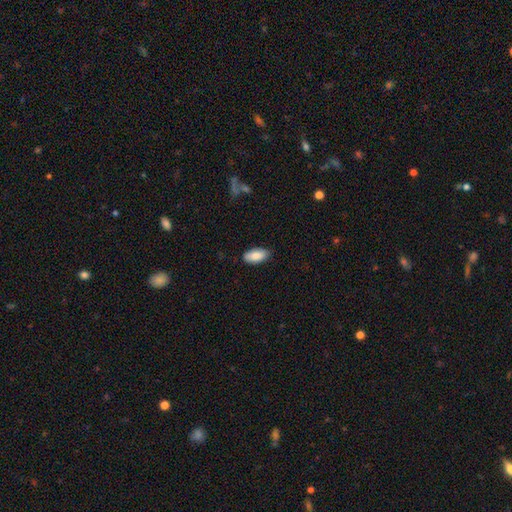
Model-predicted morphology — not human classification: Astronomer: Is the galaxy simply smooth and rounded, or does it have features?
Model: smooth — 86%.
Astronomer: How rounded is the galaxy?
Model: in between — 93%.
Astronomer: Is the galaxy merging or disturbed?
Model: none — 83%.